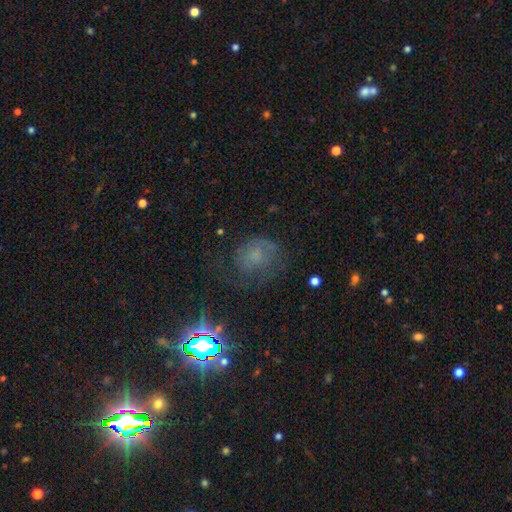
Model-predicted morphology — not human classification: This appears to be a featured or disk galaxy (39%). Merging: none (54%).